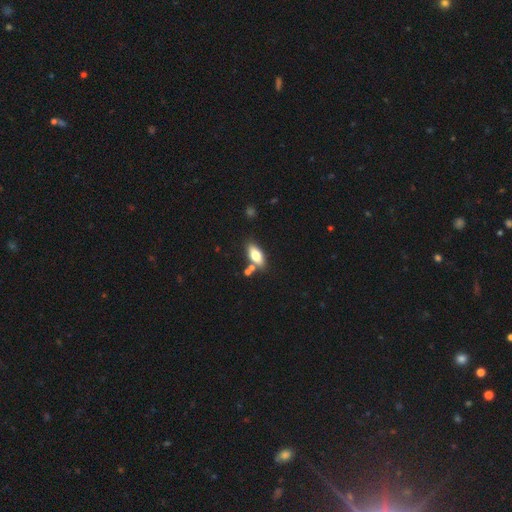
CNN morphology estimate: Overall: smooth (69%). How rounded: in between (81%). Merging: none (72%).